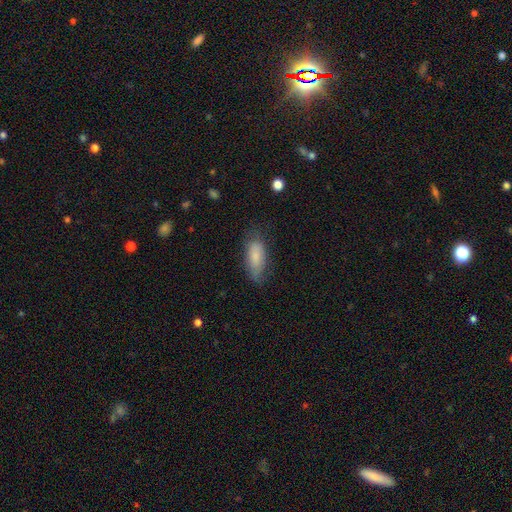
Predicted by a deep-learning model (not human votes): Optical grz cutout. It shows a smooth galaxy with no disk features (78%) that is in between round and cigar-shaped (82%). Merging: none (62%).